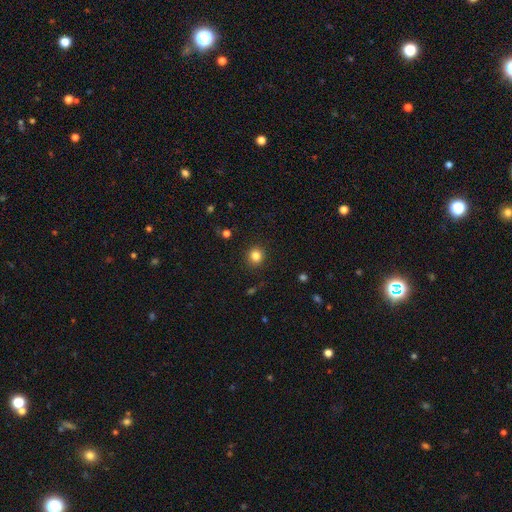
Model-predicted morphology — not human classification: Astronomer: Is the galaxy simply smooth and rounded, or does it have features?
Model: smooth — 83%.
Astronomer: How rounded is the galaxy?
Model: round — 91%.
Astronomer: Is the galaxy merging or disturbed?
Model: none — 91%.